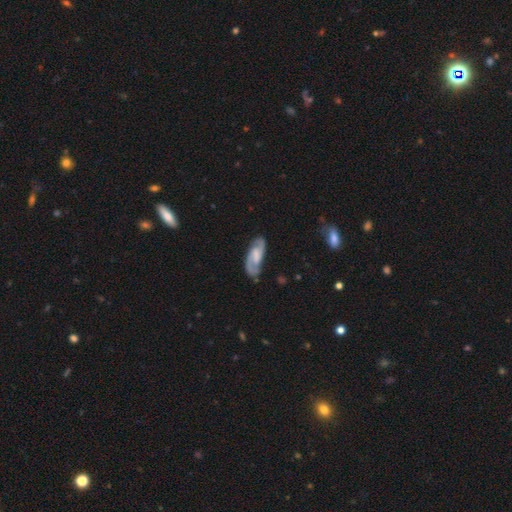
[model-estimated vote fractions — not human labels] smooth_or_featured: featured or disk (p=0.77) [alt: smooth p=0.18]
disk_edge_on: no (p=0.94) [alt: yes p=0.06]
bar: weak (p=0.48) [alt: no p=0.31]
has_spiral_arms: yes (p=0.94) [alt: no p=0.06]
spiral_winding: medium (p=0.50) [alt: tight p=0.30]
spiral_arm_count: 2 (p=0.88) [alt: can't tell p=0.06]
bulge_size: none (p=0.37) [alt: small p=0.26]
merging: none (p=0.78) [alt: minor disturbance p=0.15]